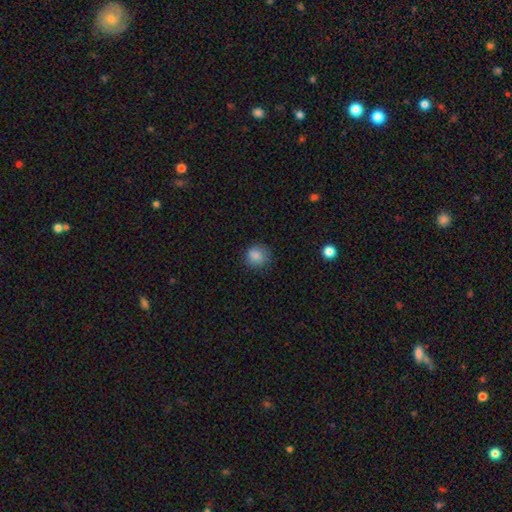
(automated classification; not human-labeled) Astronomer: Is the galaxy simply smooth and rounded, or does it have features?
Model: smooth — 85%.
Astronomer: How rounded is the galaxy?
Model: round — 85%.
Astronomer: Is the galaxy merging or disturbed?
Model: none — 79%.